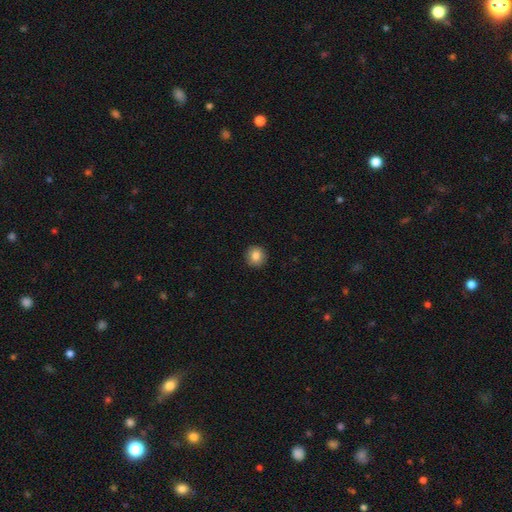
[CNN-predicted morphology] Smooth or featured?
  - smooth: 85% *
  - star or artifact: 9%
  - featured or disk: 6%
How rounded?
  - round: 93% *
  - in between: 6%
  - cigar-shaped: 1%
Merging?
  - none: 92% *
  - minor disturbance: 5%
  - major disturbance: 2%
  - merger: 1%